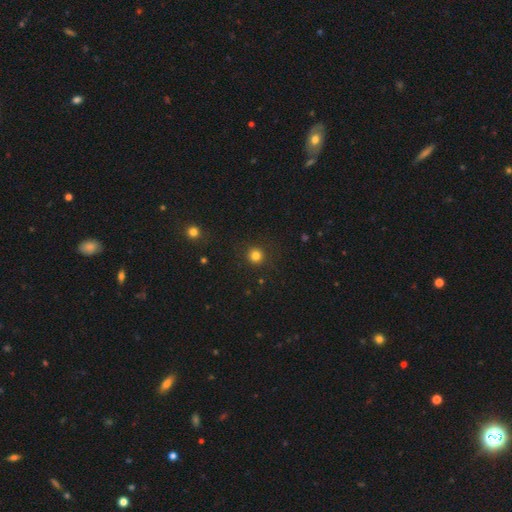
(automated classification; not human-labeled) A smooth galaxy with no disk features (82%) that is round (95%). Merging: none (91%).